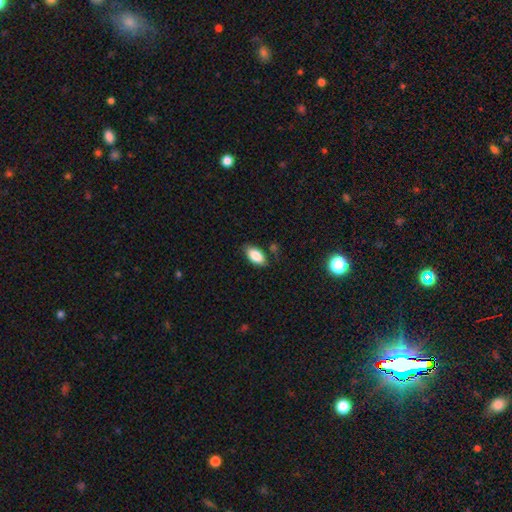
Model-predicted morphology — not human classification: A smooth galaxy with no disk features (85%) that is in between round and cigar-shaped (93%).

Vote fractions:
- Smooth or featured? smooth: 85% / featured or disk: 8% / star or artifact: 7%
- How rounded? in between: 93% / cigar-shaped: 4% / round: 3%
- Merging? none: 77% / minor disturbance: 16% / major disturbance: 4% / merger: 3%